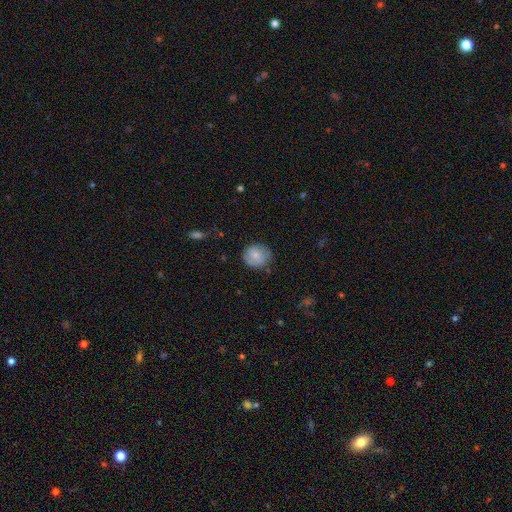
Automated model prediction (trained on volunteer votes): Q: Smooth or featured?
A: smooth (69%); runner-up: featured or disk (23%)
Q: How rounded?
A: round (81%); runner-up: in between (18%)
Q: Merging?
A: none (75%); runner-up: minor disturbance (19%)